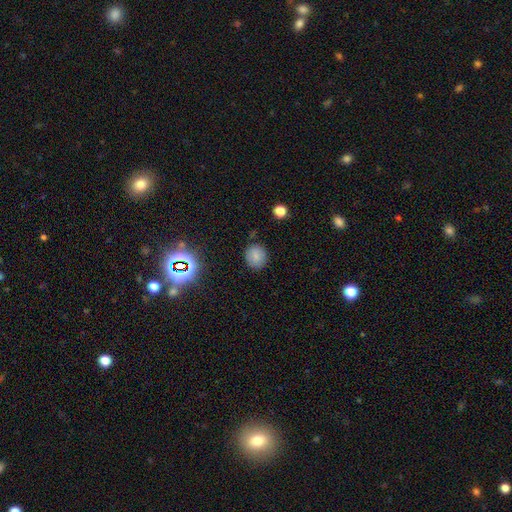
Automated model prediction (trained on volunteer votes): This appears to be a smooth galaxy with no disk features (79%) that is round (84%). Merging: none (86%).